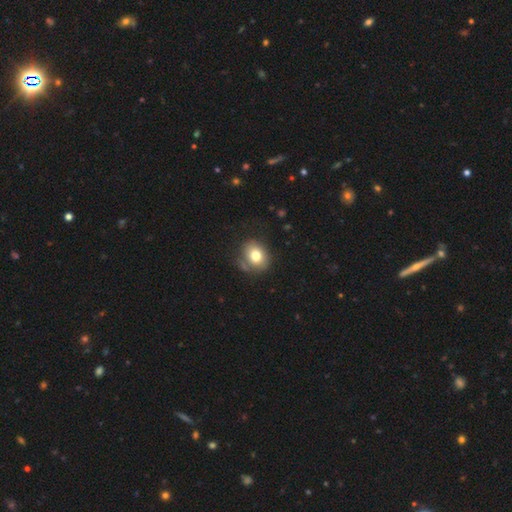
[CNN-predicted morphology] type=smooth (76%); roundness=round (59%); merging=none (70%).